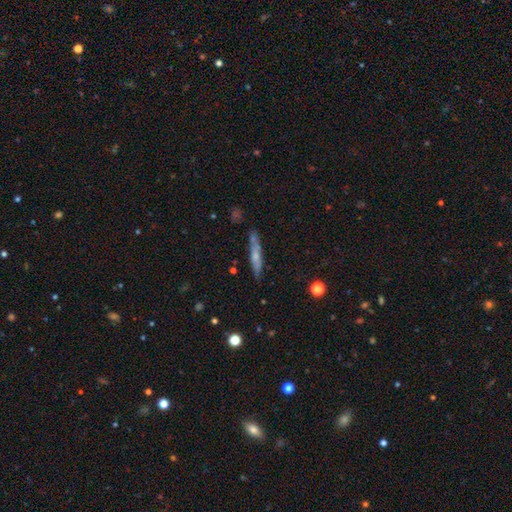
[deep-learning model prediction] The model was most divided on "smooth or featured": smooth: 51%, featured or disk: 41%, star or artifact: 8%. More confident: how rounded — cigar-shaped (90%); merging — none (74%).